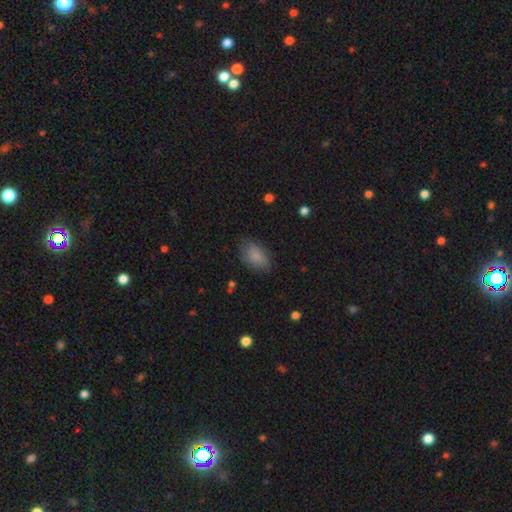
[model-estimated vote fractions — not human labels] Smooth or featured: smooth — 83% (featured or disk — 9%)
How rounded: in between — 91% (round — 6%)
Merging: none — 73% (minor disturbance — 20%)